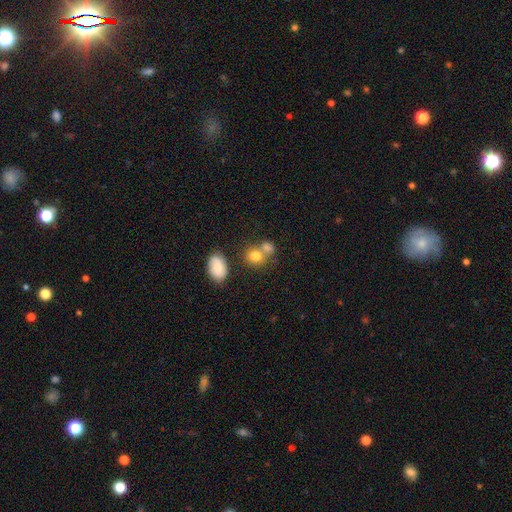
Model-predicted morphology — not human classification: Smooth or featured: smooth — 78% (featured or disk — 11%)
How rounded: round — 67% (in between — 32%)
Merging: none — 46% (merger — 40%)